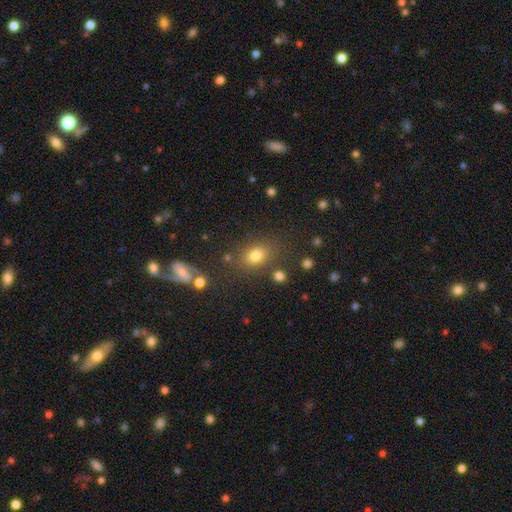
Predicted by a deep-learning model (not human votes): Smooth or featured: smooth — 75% (star or artifact — 15%)
How rounded: in between — 65% (round — 33%)
Merging: none — 75% (minor disturbance — 13%)